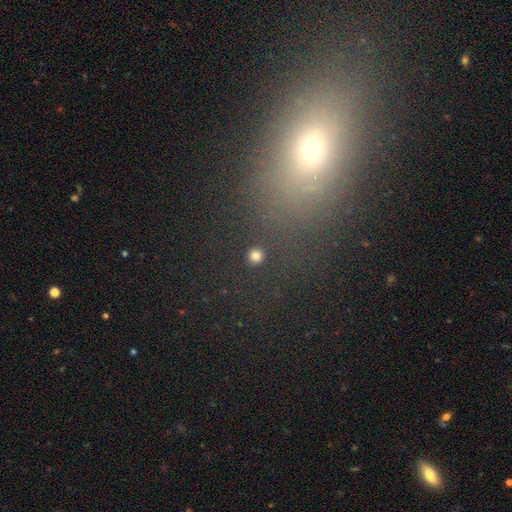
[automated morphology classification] Smooth or featured? smooth (82%)
How rounded? round (94%)
Merging? none (91%)